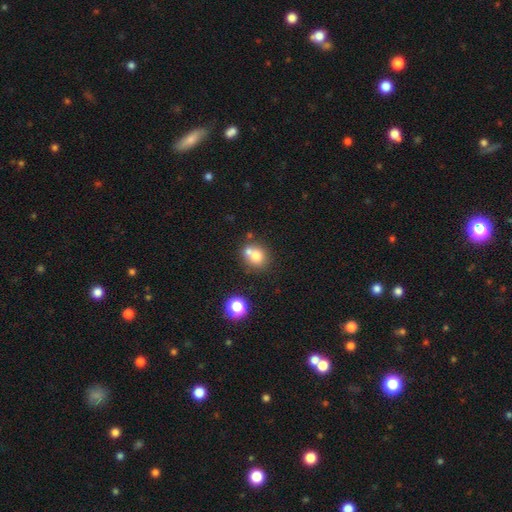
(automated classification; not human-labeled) Overall: smooth (72%). How rounded: round (79%). Merging: none (47%; merger 42%).